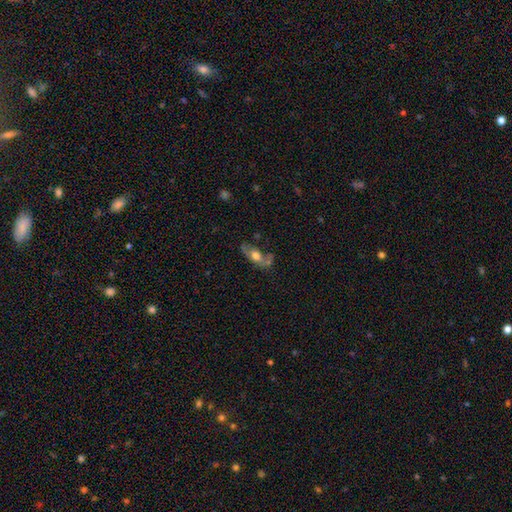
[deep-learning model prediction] A smooth galaxy with no disk features (53%) that is in between round and cigar-shaped (75%). Merging: none (45%).